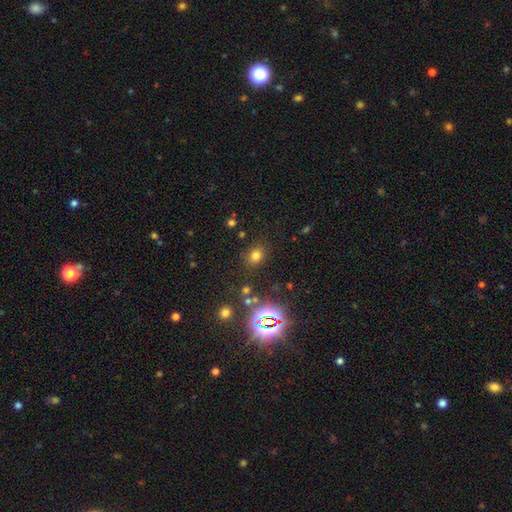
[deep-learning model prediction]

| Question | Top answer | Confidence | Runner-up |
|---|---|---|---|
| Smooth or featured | smooth | 69% | star or artifact (24%) |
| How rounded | round | 64% | in between (35%) |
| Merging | none | 83% | minor disturbance (9%) |